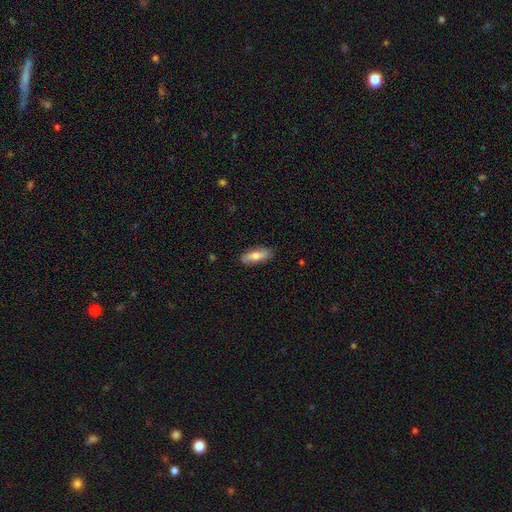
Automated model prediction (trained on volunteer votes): smooth_or_featured: smooth (p=0.65) [alt: featured or disk p=0.29]
how_rounded: in between (p=0.68) [alt: cigar-shaped p=0.29]
merging: none (p=0.83) [alt: minor disturbance p=0.13]